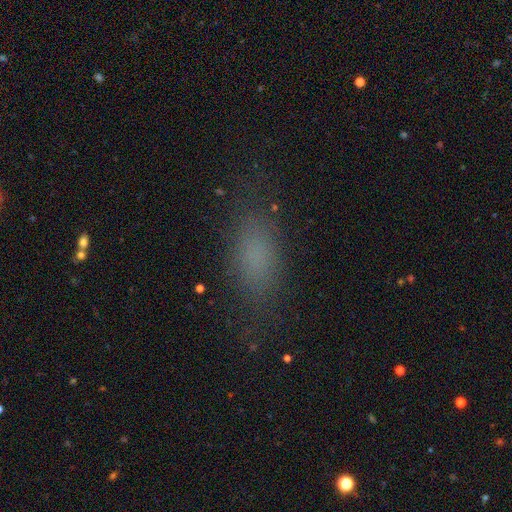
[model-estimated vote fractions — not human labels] Smooth or featured: smooth — 75% (star or artifact — 15%)
How rounded: in between — 77% (cigar-shaped — 17%)
Merging: none — 76% (minor disturbance — 16%)